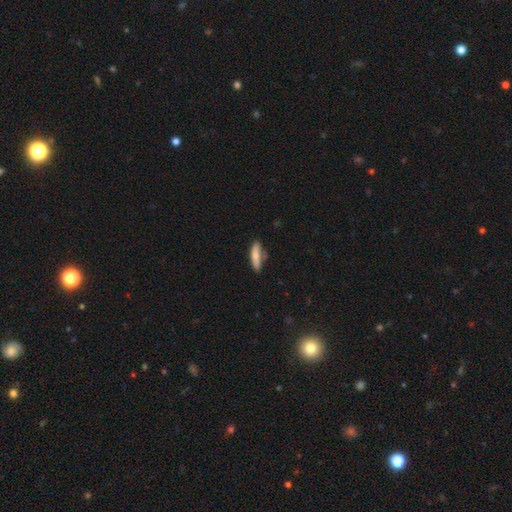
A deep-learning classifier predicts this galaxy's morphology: The model was most divided on "how rounded": cigar-shaped: 66%, in between: 32%, round: 2%. More confident: smooth or featured — smooth (75%); merging — none (68%).